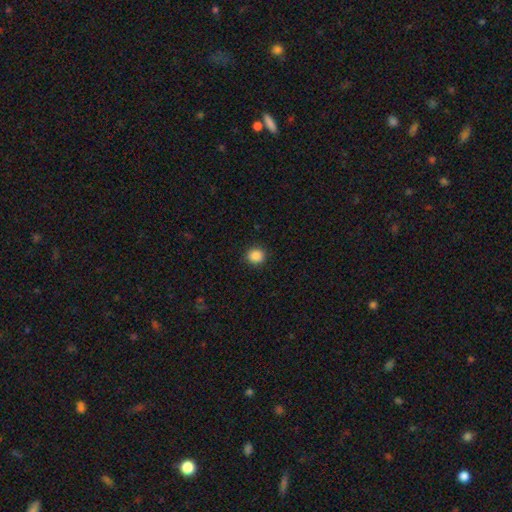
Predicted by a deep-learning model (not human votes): A smooth galaxy with no disk features (87%) that is round (88%).

Vote fractions:
- Smooth or featured? smooth: 87% / star or artifact: 10% / featured or disk: 3%
- How rounded? round: 88% / in between: 11% / cigar-shaped: 1%
- Merging? none: 91% / minor disturbance: 6% / major disturbance: 2% / merger: 1%